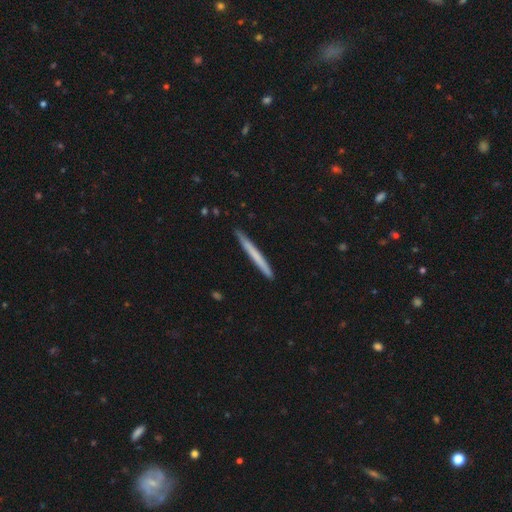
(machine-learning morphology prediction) Q: Smooth or featured?
A: smooth (59%); runner-up: featured or disk (35%)
Q: How rounded?
A: cigar-shaped (97%); runner-up: in between (1%)
Q: Merging?
A: none (91%); runner-up: minor disturbance (7%)